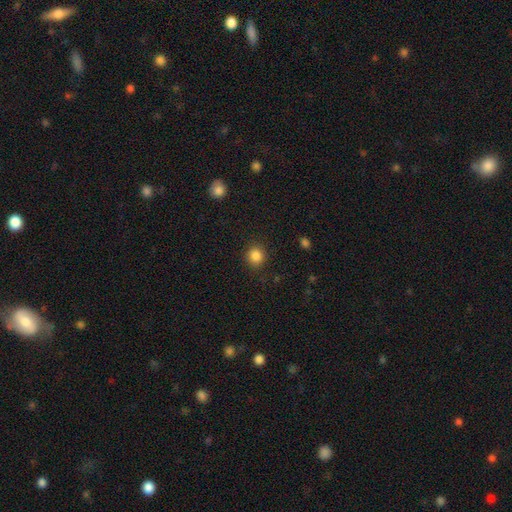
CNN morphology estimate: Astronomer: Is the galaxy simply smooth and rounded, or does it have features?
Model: smooth — 86%.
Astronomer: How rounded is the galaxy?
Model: round — 88%.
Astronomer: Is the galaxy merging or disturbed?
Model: none — 89%.